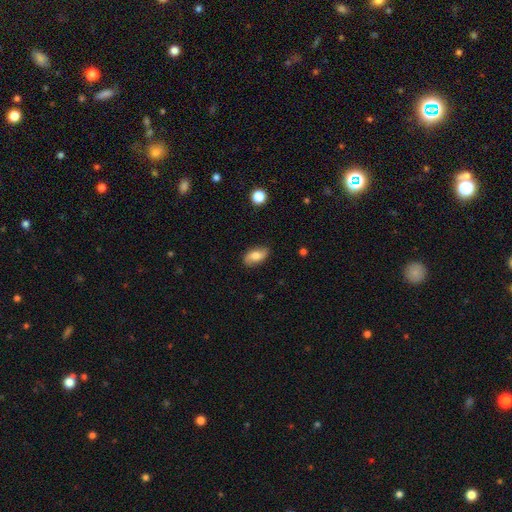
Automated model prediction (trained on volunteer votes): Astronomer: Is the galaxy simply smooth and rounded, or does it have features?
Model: smooth — 72%.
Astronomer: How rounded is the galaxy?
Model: in between — 92%.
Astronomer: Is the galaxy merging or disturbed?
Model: none — 83%.